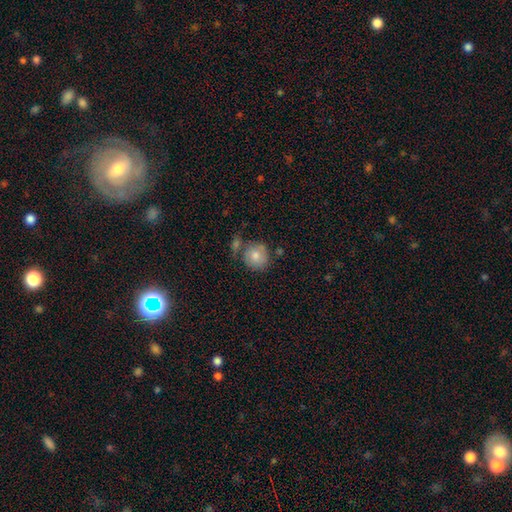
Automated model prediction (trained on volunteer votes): Smooth or featured? smooth (77%)
How rounded? round (89%)
Merging? none (61%)